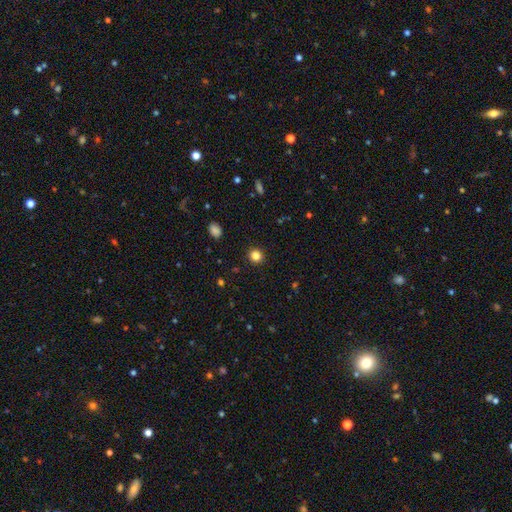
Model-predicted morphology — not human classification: This is clearly a smooth galaxy (84%). How rounded: clearly round (90%). Merging: clearly none (92%).